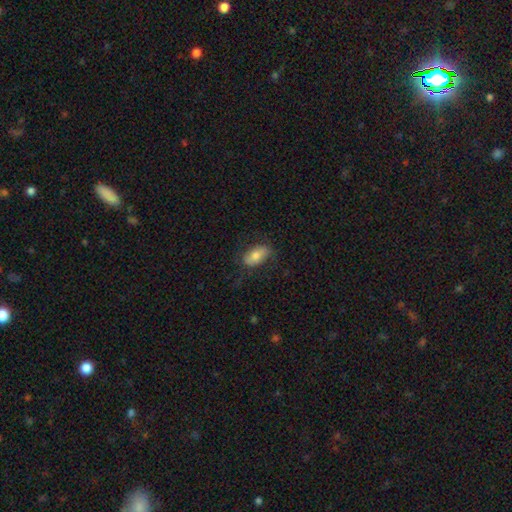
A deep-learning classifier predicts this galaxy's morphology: A smooth galaxy with no disk features (73%) that is in between round and cigar-shaped (92%).

Vote fractions:
- Smooth or featured? smooth: 73% / featured or disk: 20% / star or artifact: 7%
- How rounded? in between: 92% / round: 5% / cigar-shaped: 3%
- Merging? none: 73% / minor disturbance: 18% / major disturbance: 8% / merger: 1%